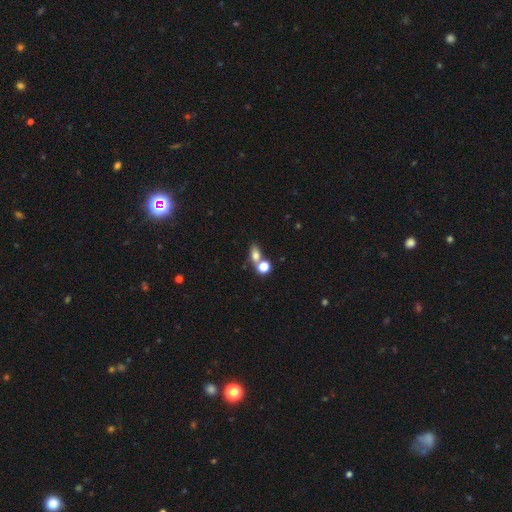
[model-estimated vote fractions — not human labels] The model was most divided on "merging": none: 46%, merger: 39%, minor disturbance: 10%, major disturbance: 5%. More confident: smooth or featured — smooth (74%); how rounded — in between (67%).